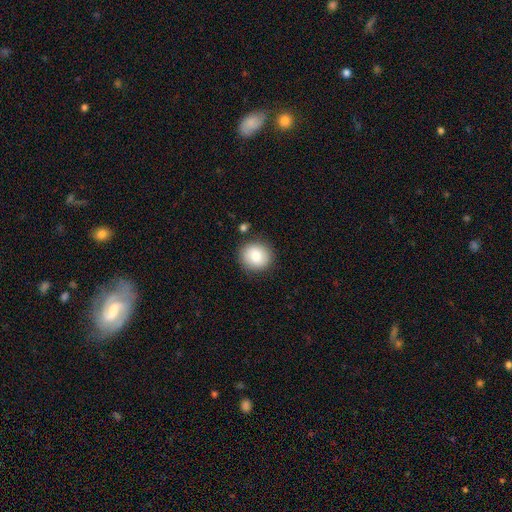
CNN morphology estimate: This appears to be a smooth galaxy with no disk features (83%) that is round (88%). Merging: none (87%).